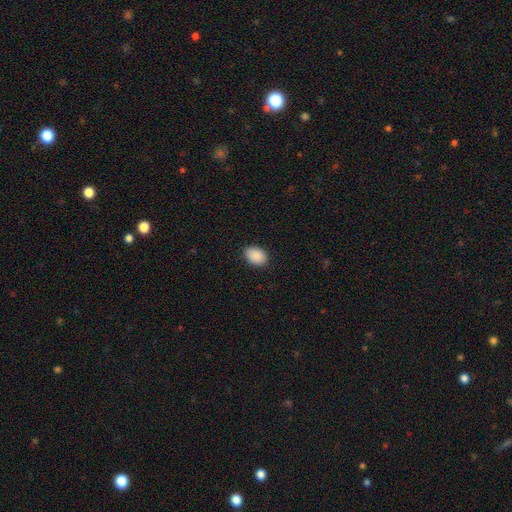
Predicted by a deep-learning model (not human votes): Overall: smooth (90%). How rounded: in between (78%). Merging: none (87%).